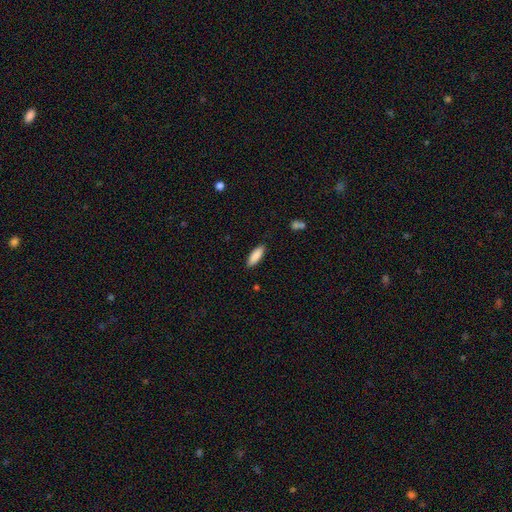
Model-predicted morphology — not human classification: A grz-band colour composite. It shows a smooth galaxy with no disk features (88%) that is in between round and cigar-shaped (60%). Merging: none (88%).